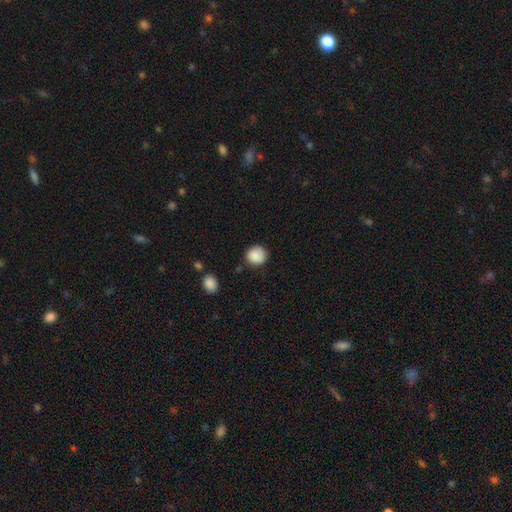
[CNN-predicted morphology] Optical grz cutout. It shows a smooth galaxy with no disk features (87%) that is round (88%). Merging: none (79%).